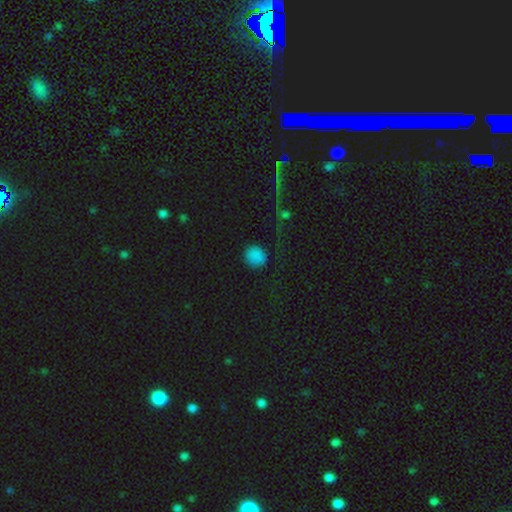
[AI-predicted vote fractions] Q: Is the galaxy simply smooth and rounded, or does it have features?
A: smooth — 78%.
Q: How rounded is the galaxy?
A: round — 88%.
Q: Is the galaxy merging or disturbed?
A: none — 84%.